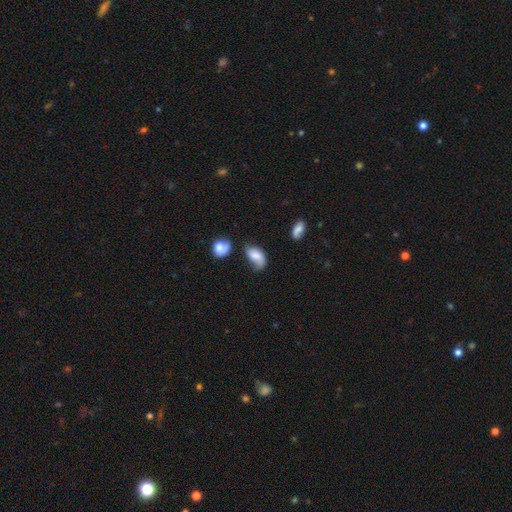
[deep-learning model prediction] smooth 65%, featured or disk 26%, star or artifact 9%. Down the decision tree: how rounded — in between (91%); merging — minor disturbance (36%).